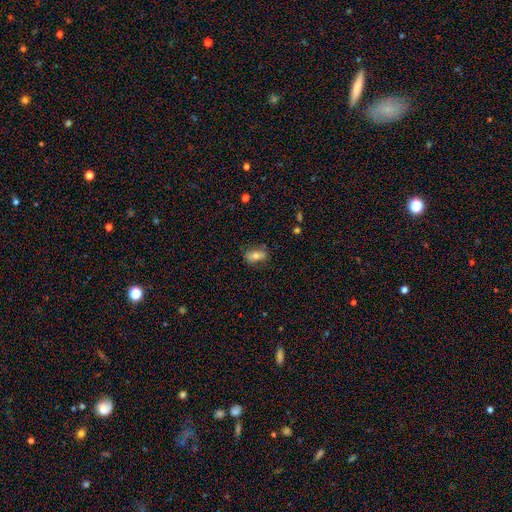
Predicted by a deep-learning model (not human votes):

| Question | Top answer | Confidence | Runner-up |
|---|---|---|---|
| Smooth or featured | smooth | 70% | featured or disk (21%) |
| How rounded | in between | 84% | round (10%) |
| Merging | none | 73% | minor disturbance (19%) |